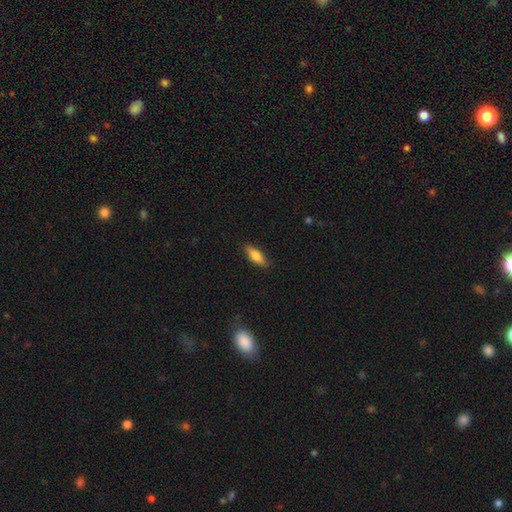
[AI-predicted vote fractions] The model was most divided on "how rounded": in between: 59%, cigar-shaped: 39%, round: 2%. More confident: merging — none (86%); smooth or featured — smooth (73%).